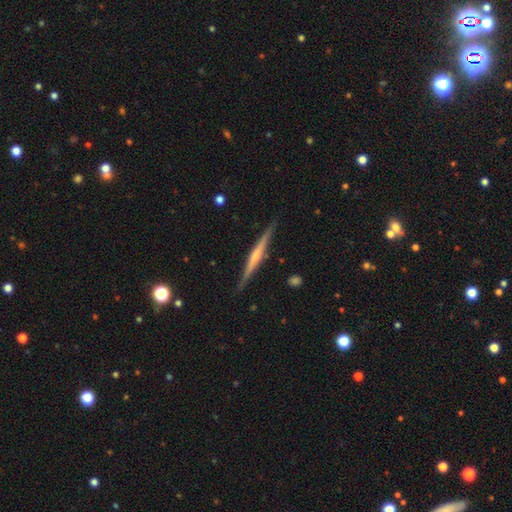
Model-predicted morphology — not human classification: Smooth or featured? Predicted: featured or disk (p=0.70). Edge-on disk? Predicted: yes (p=0.98). Edge-on bulge? Predicted: rounded (p=0.54). Merging? Predicted: none (p=0.88).